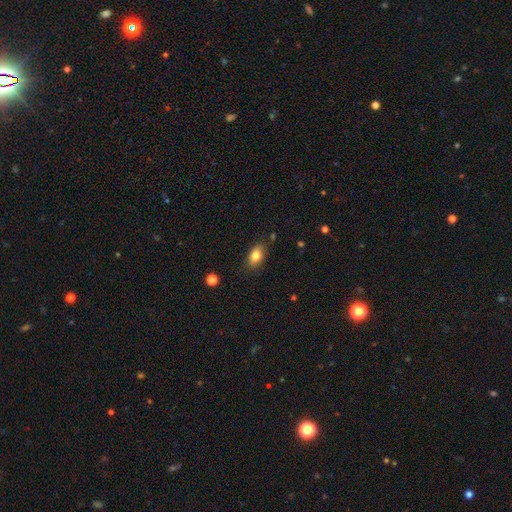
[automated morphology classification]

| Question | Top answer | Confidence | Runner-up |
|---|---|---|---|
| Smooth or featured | smooth | 82% | featured or disk (10%) |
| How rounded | in between | 87% | round (10%) |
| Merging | none | 82% | minor disturbance (14%) |